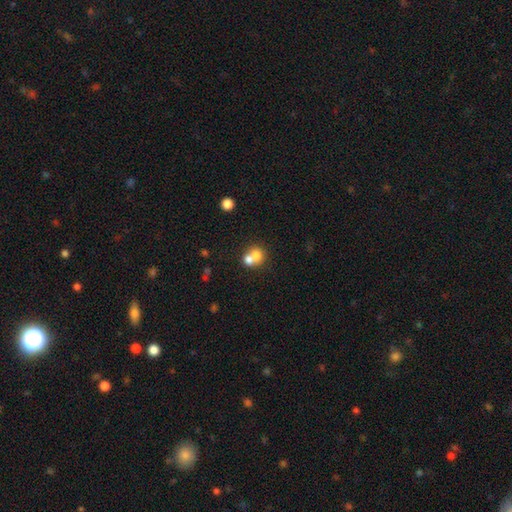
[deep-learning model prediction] Smooth or featured: smooth — 71% (featured or disk — 18%)
How rounded: round — 74% (in between — 25%)
Merging: merger — 62% (none — 30%)